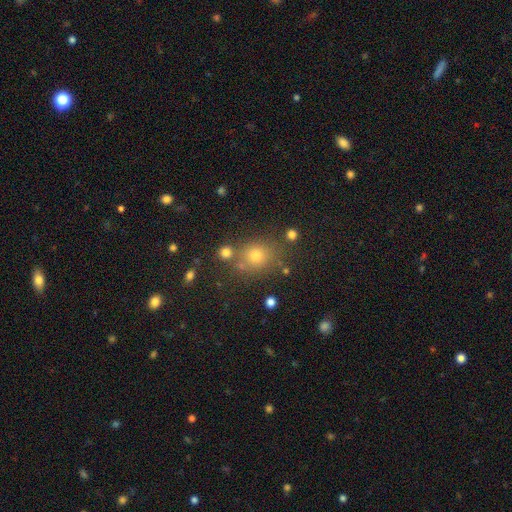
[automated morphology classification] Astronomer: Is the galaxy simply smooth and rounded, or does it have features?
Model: smooth — 70%.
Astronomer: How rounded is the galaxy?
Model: round — 72%.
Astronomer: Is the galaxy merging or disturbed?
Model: none — 73%.